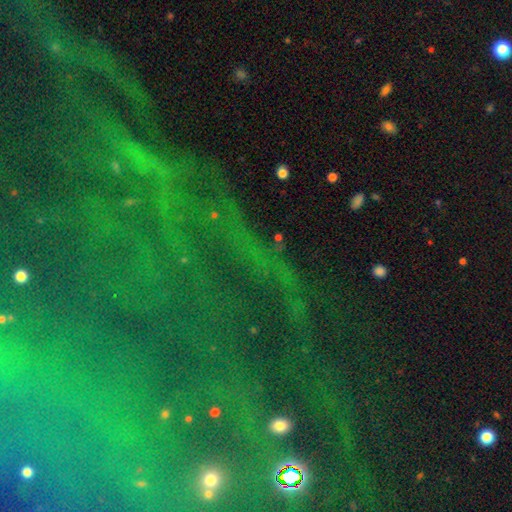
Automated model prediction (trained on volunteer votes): star or artifact 81%, featured or disk 10%, smooth 9%.